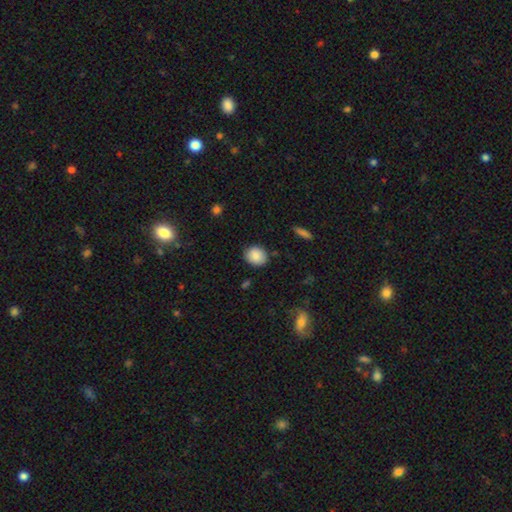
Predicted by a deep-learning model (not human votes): smooth 86%, star or artifact 8%, featured or disk 6%. Down the decision tree: how rounded — round (65%); merging — none (85%).